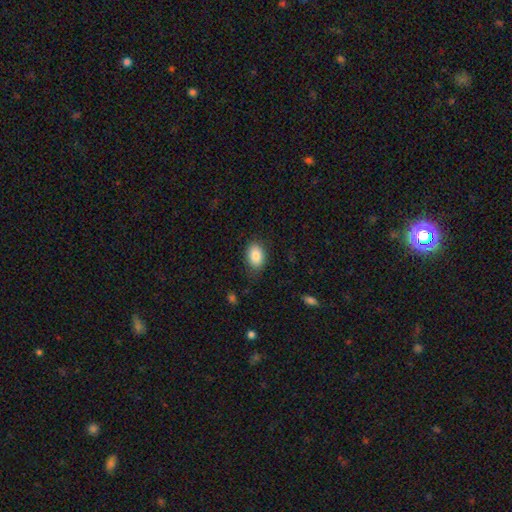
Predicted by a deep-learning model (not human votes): Morphology: type=smooth (85%); roundness=in between (84%); merging=none (80%).